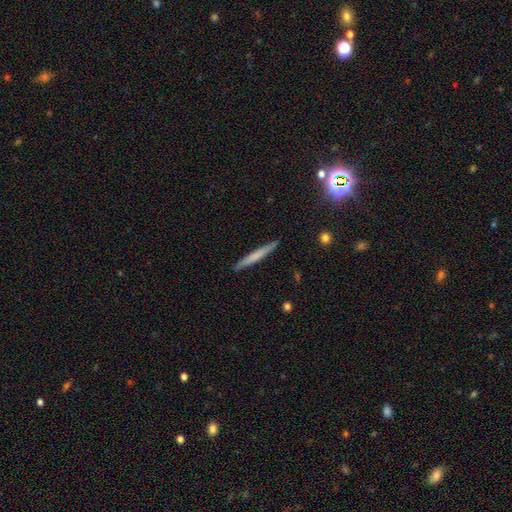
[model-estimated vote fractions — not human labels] smooth-or-featured: smooth: 59% | featured or disk: 35% | star or artifact: 7%
  how-rounded: cigar-shaped: 96% | in between: 2% | round: 1%
  merging: none: 90% | minor disturbance: 7% | major disturbance: 1% | merger: 1%